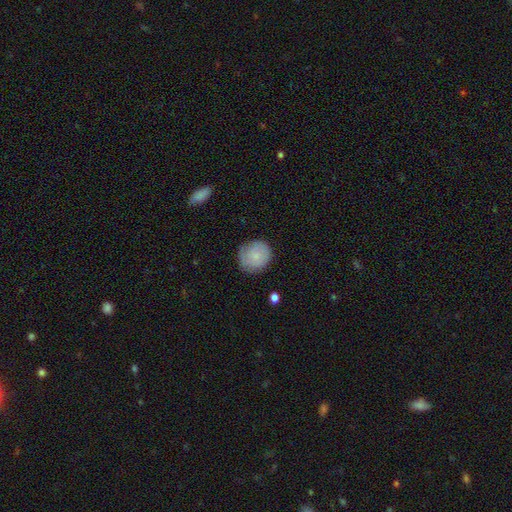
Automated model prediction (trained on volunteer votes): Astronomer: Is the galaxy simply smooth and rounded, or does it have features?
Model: smooth — 76%.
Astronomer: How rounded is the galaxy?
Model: round — 82%.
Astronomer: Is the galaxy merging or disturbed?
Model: none — 74%.